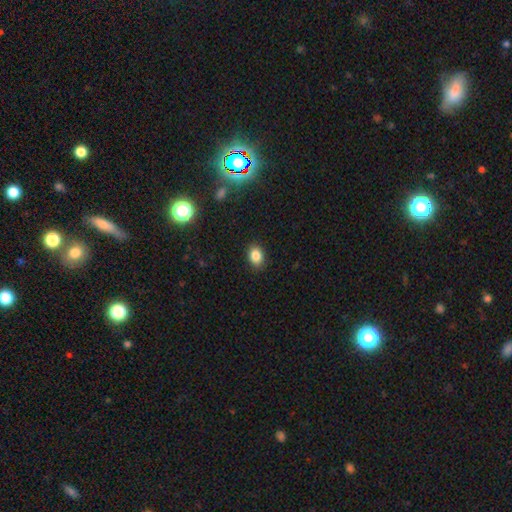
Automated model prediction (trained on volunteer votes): This is clearly a smooth galaxy (84%). How rounded: likely in between (66%). Merging: clearly none (88%).